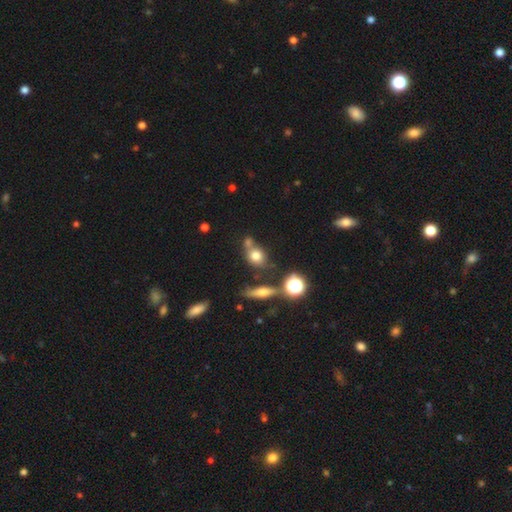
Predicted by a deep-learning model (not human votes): smooth-or-featured: smooth: 71% | star or artifact: 16% | featured or disk: 14%
  how-rounded: round: 62% | in between: 34% | cigar-shaped: 4%
  merging: none: 50% | merger: 29% | minor disturbance: 15% | major disturbance: 6%